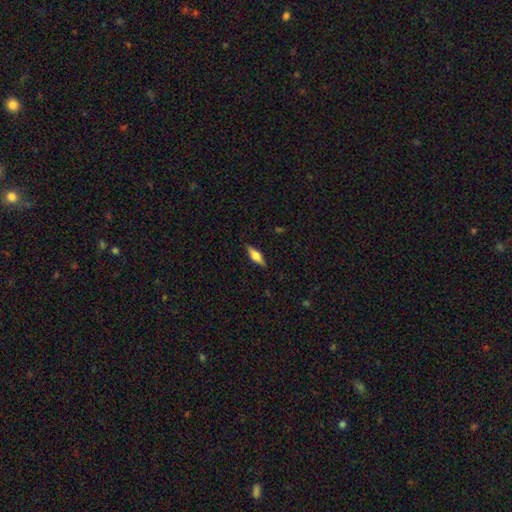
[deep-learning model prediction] smooth-or-featured: smooth: 50% | featured or disk: 43% | star or artifact: 7%
  how-rounded: in between: 53% | cigar-shaped: 44% | round: 3%
  merging: none: 87% | minor disturbance: 10% | major disturbance: 2% | merger: 1%